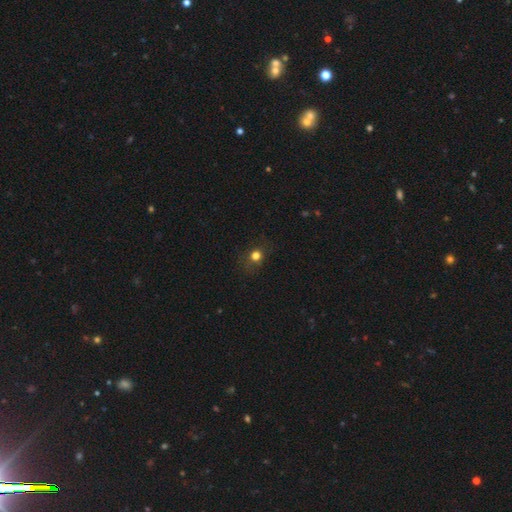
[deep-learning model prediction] The model was most divided on "smooth or featured": smooth: 68%, star or artifact: 23%, featured or disk: 9%. More confident: how rounded — round (81%); merging — none (79%).